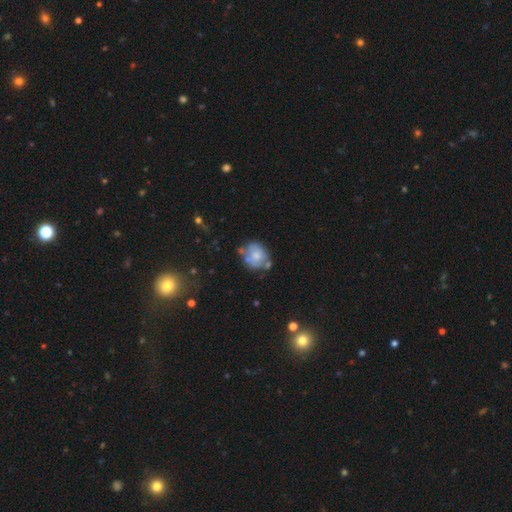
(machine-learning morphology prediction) This appears to be a smooth galaxy with no disk features (55%) that is round (64%). Merging: none (45%).